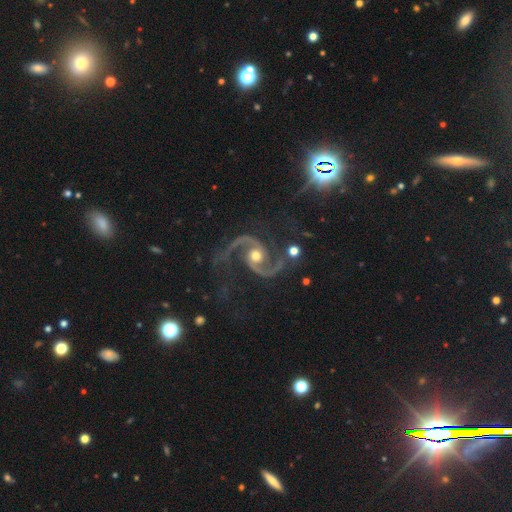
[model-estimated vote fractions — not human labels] Smooth or featured? featured or disk (93%)
Edge-on disk? no (98%)
Bar? no (65%)
Spiral arms? yes (99%)
Spiral winding? medium (52%)
Spiral arm count? 2 (95%)
Bulge size? moderate (75%)
Merging? none (69%)